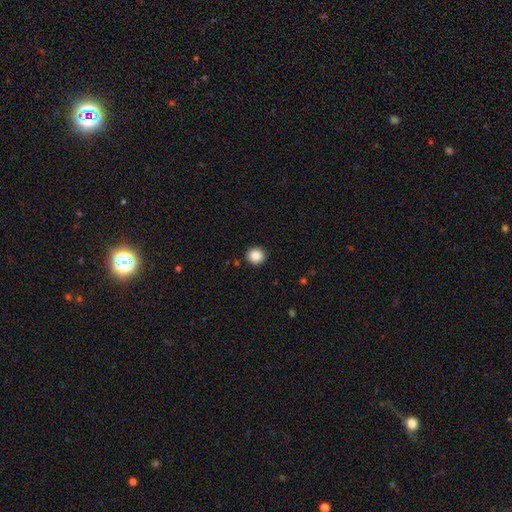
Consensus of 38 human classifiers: Overall: smooth (92%). How rounded: round (94%). Merging: none (92%).